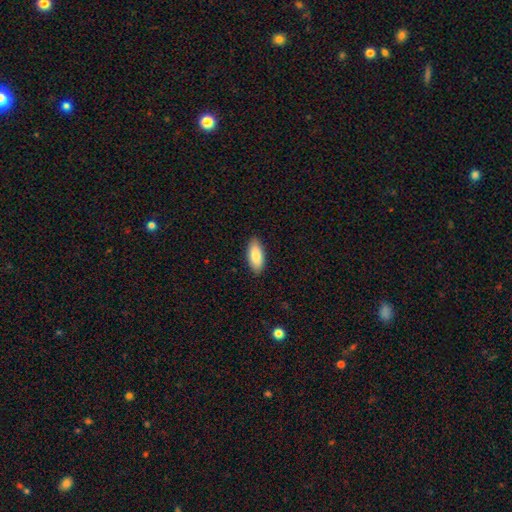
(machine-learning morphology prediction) smooth-or-featured: smooth: 86% | featured or disk: 8% | star or artifact: 6%
  how-rounded: in between: 86% | cigar-shaped: 12% | round: 2%
  merging: none: 89% | minor disturbance: 8% | major disturbance: 2% | merger: 1%